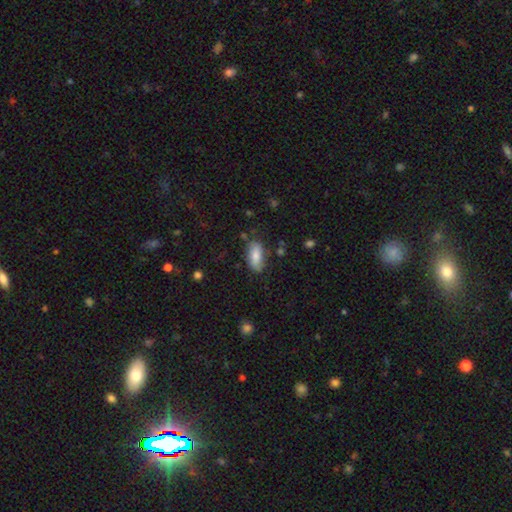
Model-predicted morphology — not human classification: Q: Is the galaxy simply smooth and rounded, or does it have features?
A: smooth — 79%.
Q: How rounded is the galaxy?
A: in between — 89%.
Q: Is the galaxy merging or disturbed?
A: none — 73%.